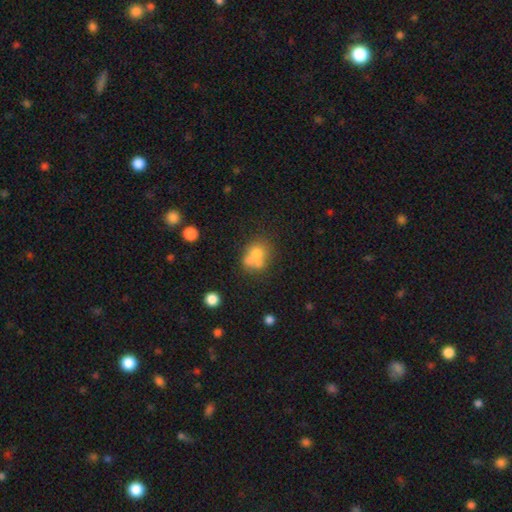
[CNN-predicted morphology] Q: Smooth or featured?
A: smooth (64%); runner-up: featured or disk (23%)
Q: How rounded?
A: round (65%); runner-up: in between (34%)
Q: Merging?
A: merger (46%); runner-up: none (35%)